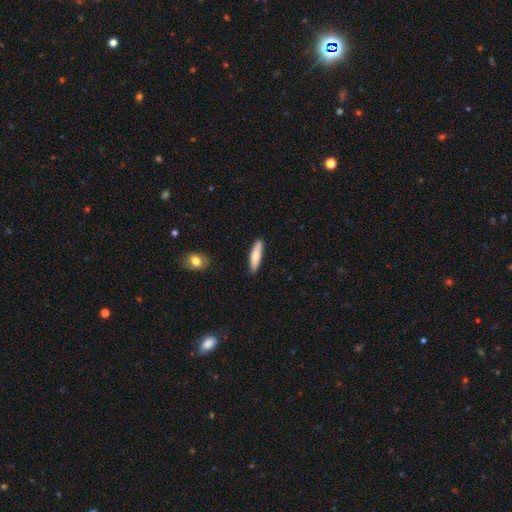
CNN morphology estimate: smooth_or_featured: smooth (p=0.78) [alt: featured or disk p=0.17]
how_rounded: cigar-shaped (p=0.75) [alt: in between p=0.23]
merging: none (p=0.88) [alt: minor disturbance p=0.09]